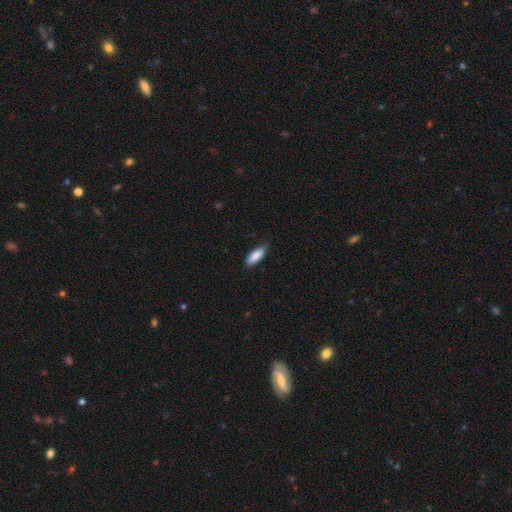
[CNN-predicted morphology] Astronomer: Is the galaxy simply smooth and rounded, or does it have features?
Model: smooth — 88%.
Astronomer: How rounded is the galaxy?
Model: in between — 65%.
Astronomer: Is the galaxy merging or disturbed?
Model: none — 81%.